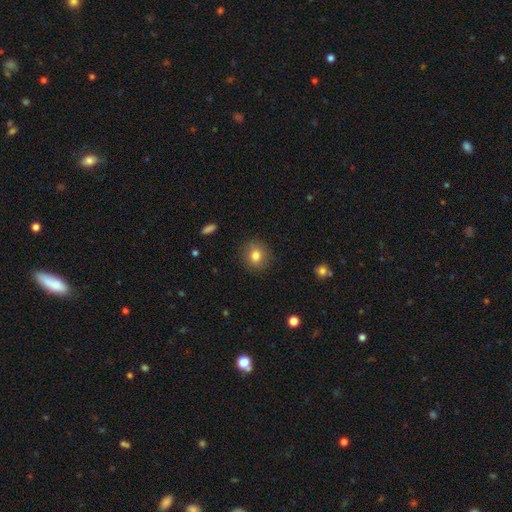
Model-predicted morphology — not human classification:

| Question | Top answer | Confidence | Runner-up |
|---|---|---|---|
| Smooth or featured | smooth | 81% | star or artifact (10%) |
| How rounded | round | 79% | in between (20%) |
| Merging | none | 88% | minor disturbance (9%) |